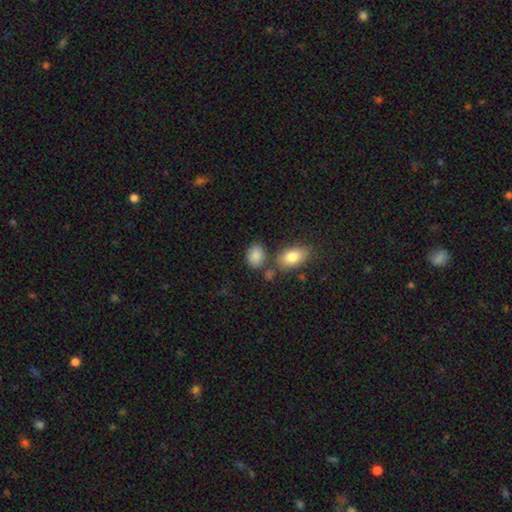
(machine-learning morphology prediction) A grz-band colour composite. It shows a smooth galaxy with no disk features (86%) that is in between round and cigar-shaped (71%). Merging: none (66%).